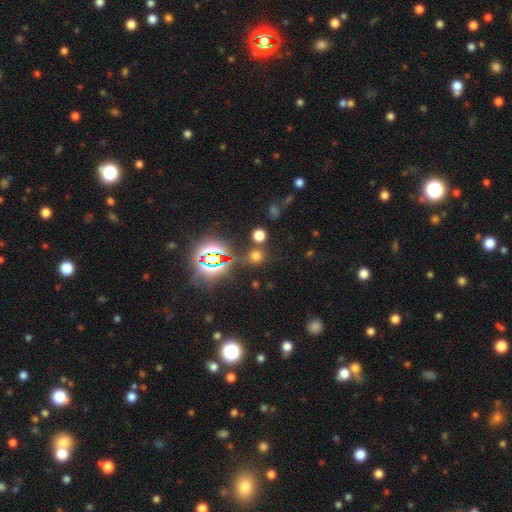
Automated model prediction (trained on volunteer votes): The model was most divided on "smooth or featured": smooth: 56%, star or artifact: 37%, featured or disk: 7%. More confident: how rounded — round (87%); merging — none (75%).